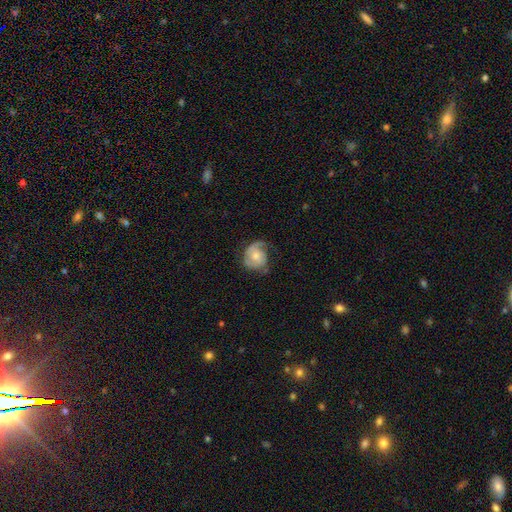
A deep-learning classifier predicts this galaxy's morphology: This appears to be a featured or disk galaxy (63%) with no bar (74%), 2 (45%) tight (43%) spiral arms (88%) and a moderate central bulge (57%). Merging: none (51%).